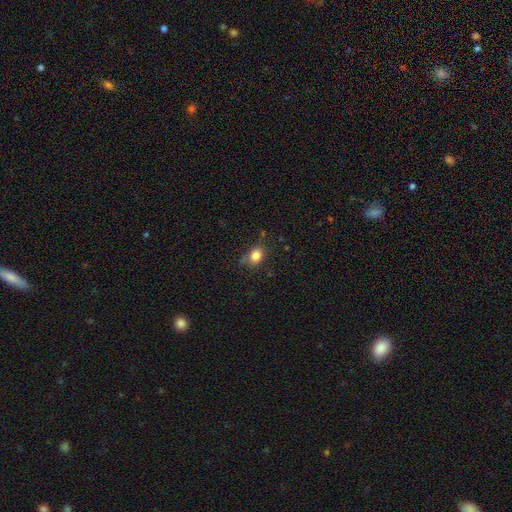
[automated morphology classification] This appears to be a smooth galaxy with no disk features (82%) that is in between round and cigar-shaped (58%). Merging: none (70%).